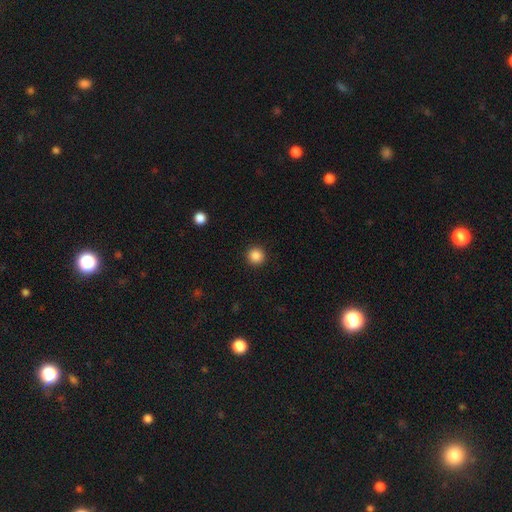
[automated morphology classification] This is clearly a smooth galaxy (86%). How rounded: clearly round (96%). Merging: clearly none (93%).